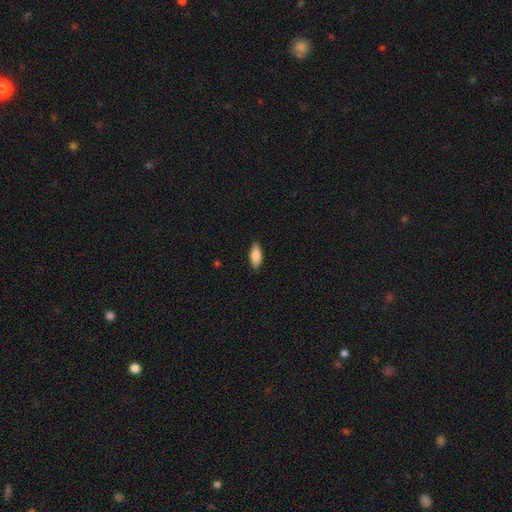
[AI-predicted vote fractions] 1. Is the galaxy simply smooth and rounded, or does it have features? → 86% smooth, 8% featured or disk, 6% star or artifact.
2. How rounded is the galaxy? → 79% in between, 19% cigar-shaped, 2% round.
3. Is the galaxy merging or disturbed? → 88% none, 9% minor disturbance, 2% major disturbance, 1% merger.